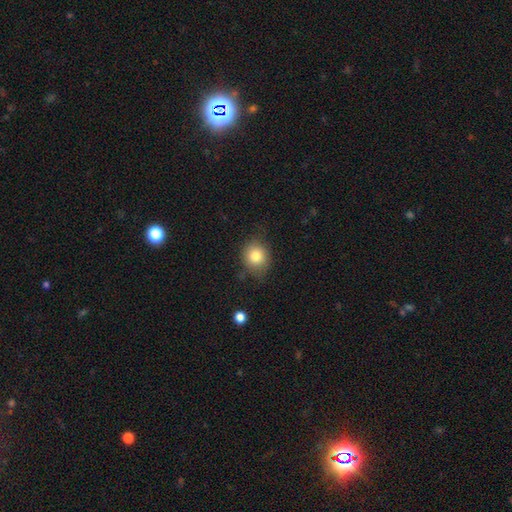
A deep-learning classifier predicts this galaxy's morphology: Smooth or featured: smooth — 80% (star or artifact — 10%)
How rounded: round — 75% (in between — 24%)
Merging: none — 74% (minor disturbance — 20%)